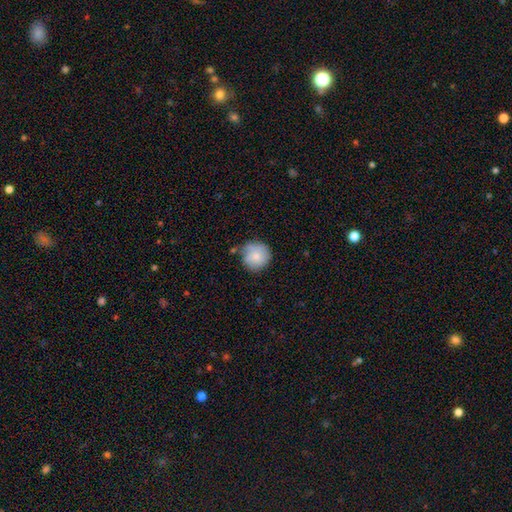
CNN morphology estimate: Overall: smooth (76%). How rounded: round (92%). Merging: none (63%; minor disturbance 27%).